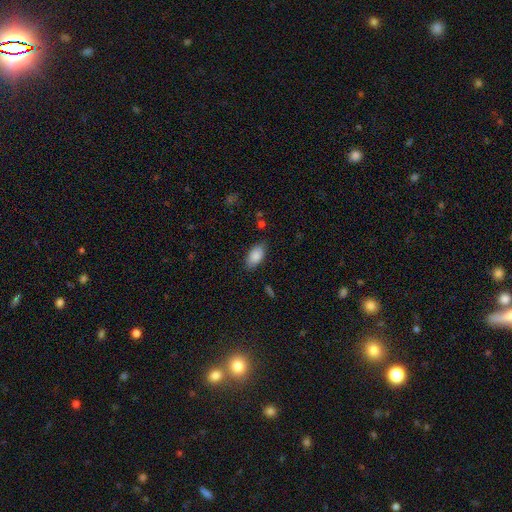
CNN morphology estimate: Smooth or featured? Predicted: smooth (p=0.87). How rounded? Predicted: in between (p=0.93). Merging? Predicted: none (p=0.83).